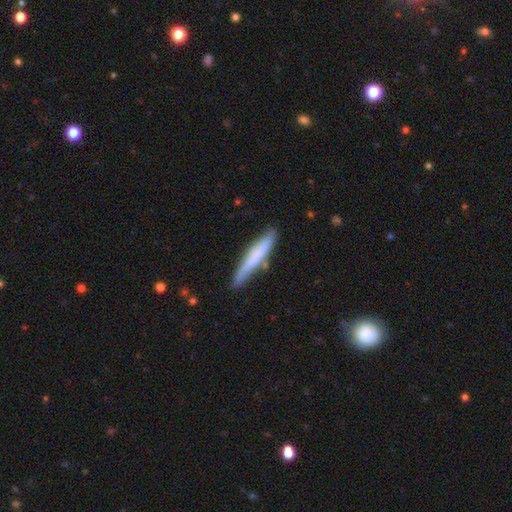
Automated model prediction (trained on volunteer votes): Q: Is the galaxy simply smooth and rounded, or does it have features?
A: smooth — 66%.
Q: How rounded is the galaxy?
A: cigar-shaped — 92%.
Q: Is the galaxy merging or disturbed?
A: none — 74%.